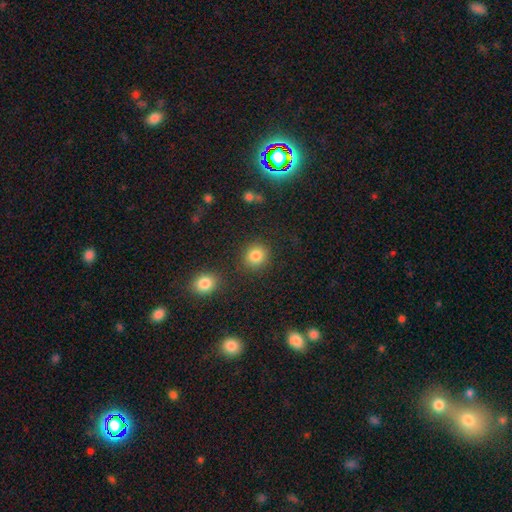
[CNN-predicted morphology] Smooth or featured? Predicted: smooth (p=0.84). How rounded? Predicted: round (p=0.85). Merging? Predicted: none (p=0.85).